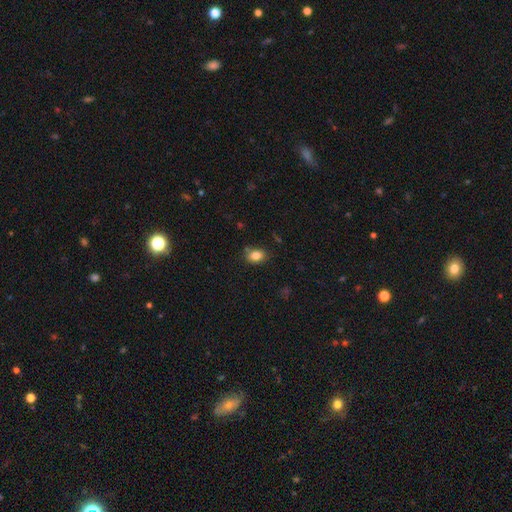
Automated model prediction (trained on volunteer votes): smooth_or_featured: smooth (p=0.83) [alt: star or artifact p=0.10]
how_rounded: in between (p=0.68) [alt: round p=0.31]
merging: none (p=0.77) [alt: minor disturbance p=0.15]